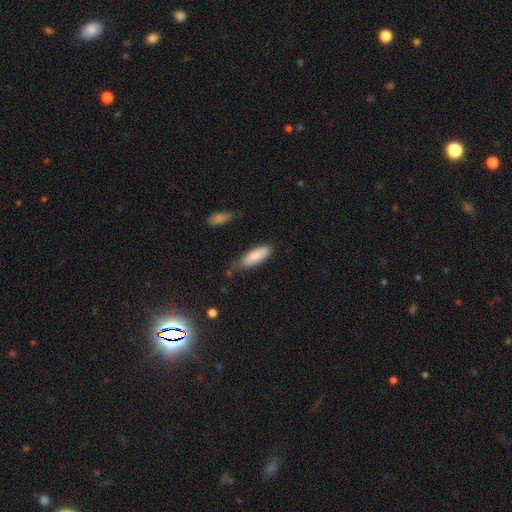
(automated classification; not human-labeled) Smooth or featured? smooth (83%)
How rounded? in between (66%)
Merging? none (55%)